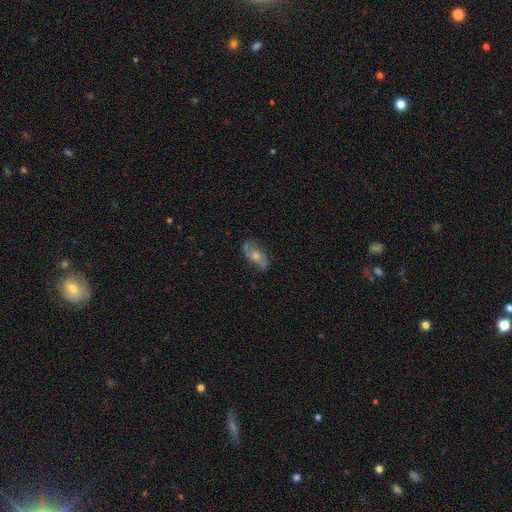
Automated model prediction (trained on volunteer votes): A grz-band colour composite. It shows a featured or disk galaxy (61%) with no bar (67%), spiral arms (82%) and a moderate central bulge (63%). Merging: none (77%).